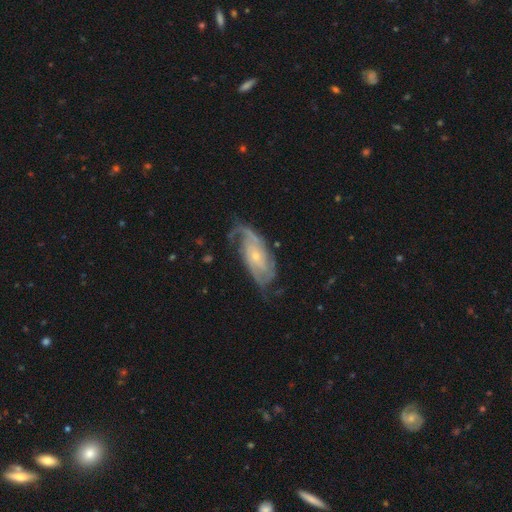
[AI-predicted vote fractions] Smooth or featured? featured or disk (85%)
Edge-on disk? no (94%)
Bar? no (67%)
Spiral arms? yes (95%)
Spiral winding? tight (43%)
Spiral arm count? 2 (52%)
Bulge size? small (75%)
Merging? none (63%)